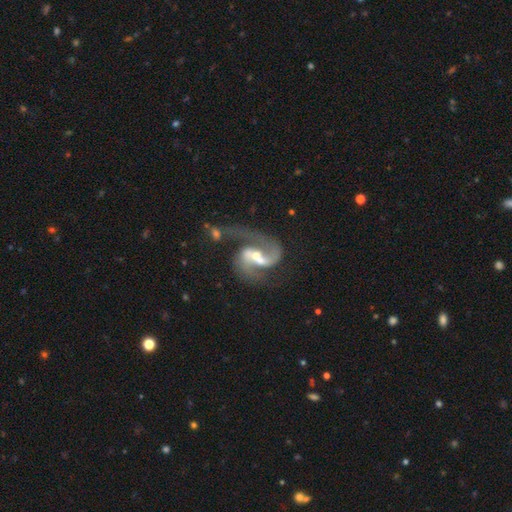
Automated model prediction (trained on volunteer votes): Smooth or featured? Predicted: featured or disk (p=0.88). Edge-on disk? Predicted: no (p=0.98). Bar? Predicted: weak (p=0.45). Spiral arms? Predicted: yes (p=0.96). Spiral winding? Predicted: medium (p=0.49). Spiral arm count? Predicted: 2 (p=0.85). Bulge size? Predicted: moderate (p=0.52). Merging? Predicted: merger (p=0.36).